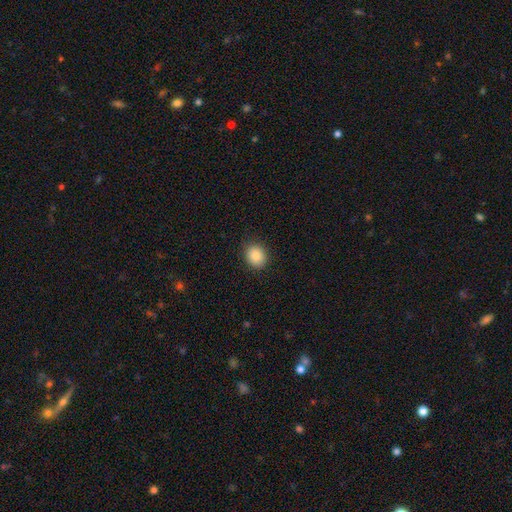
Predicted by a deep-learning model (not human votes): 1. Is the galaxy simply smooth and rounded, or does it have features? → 87% smooth, 9% star or artifact, 4% featured or disk.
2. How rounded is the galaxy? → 63% round, 36% in between, 1% cigar-shaped.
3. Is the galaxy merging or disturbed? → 89% none, 8% minor disturbance, 2% major disturbance, 1% merger.